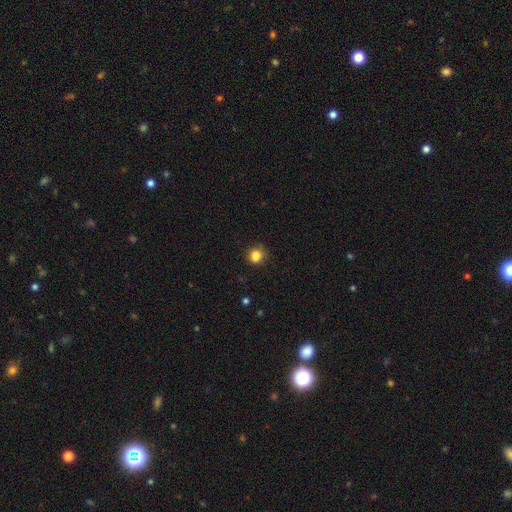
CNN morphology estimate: Smooth or featured? Predicted: smooth (p=0.84). How rounded? Predicted: round (p=0.82). Merging? Predicted: none (p=0.76).